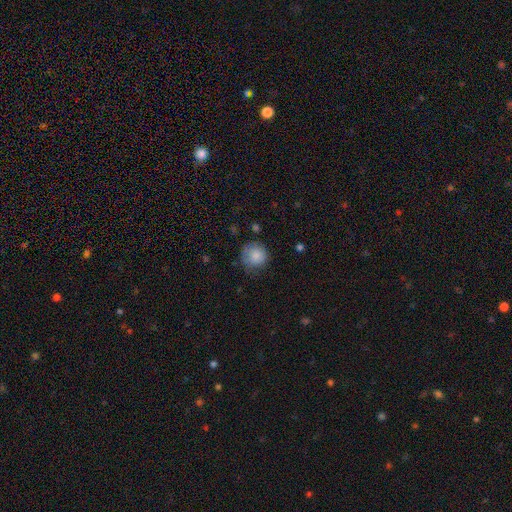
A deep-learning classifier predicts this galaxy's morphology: smooth 84%, star or artifact 8%, featured or disk 8%. Down the decision tree: how rounded — round (91%); merging — none (67%).